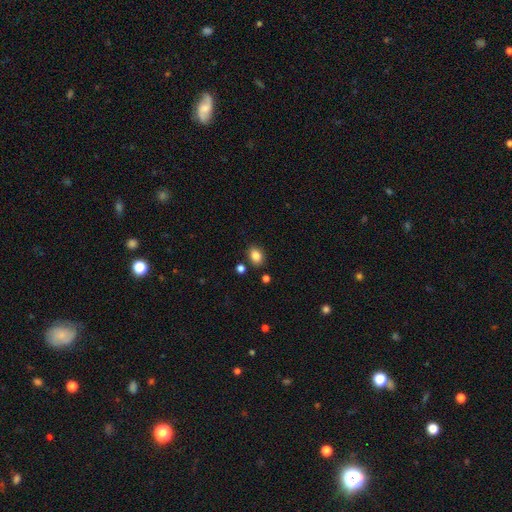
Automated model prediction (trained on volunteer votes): smooth 85%, star or artifact 10%, featured or disk 5%. Down the decision tree: how rounded — in between (64%); merging — none (82%).